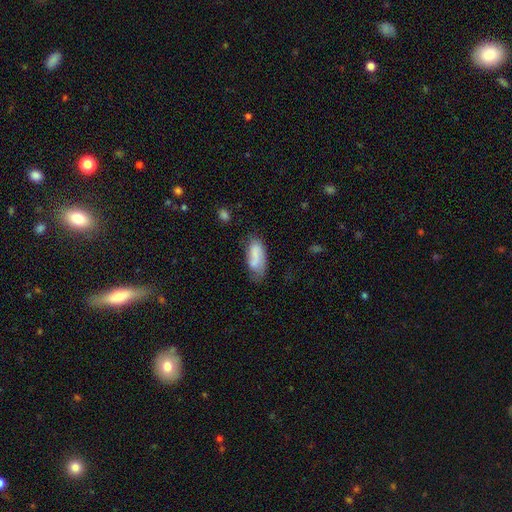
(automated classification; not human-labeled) Smooth or featured? Predicted: smooth (p=0.72). How rounded? Predicted: in between (p=0.85). Merging? Predicted: none (p=0.51).